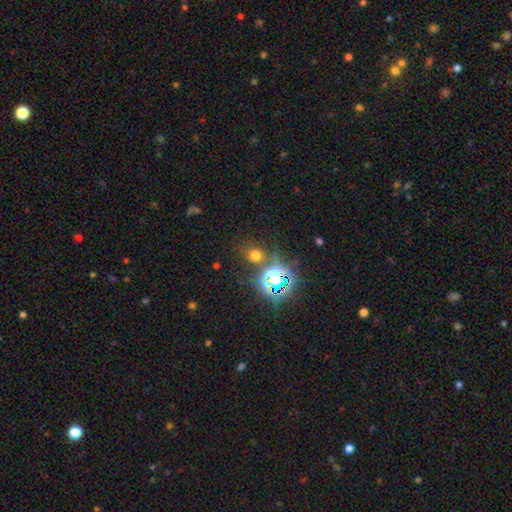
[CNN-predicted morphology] Smooth or featured? smooth (55%)
How rounded? round (80%)
Merging? none (79%)